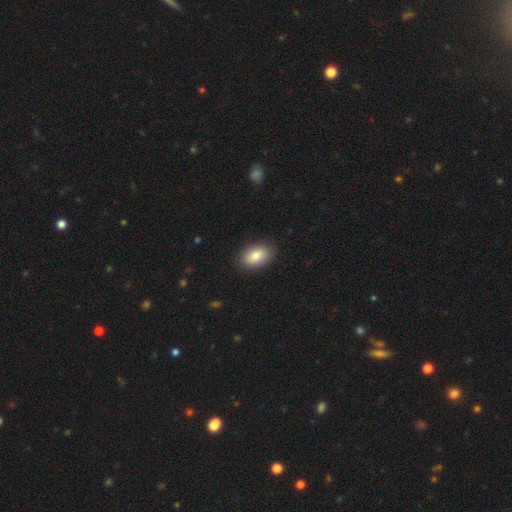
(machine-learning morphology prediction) Smooth or featured? Predicted: smooth (p=0.84). How rounded? Predicted: in between (p=0.89). Merging? Predicted: none (p=0.87).